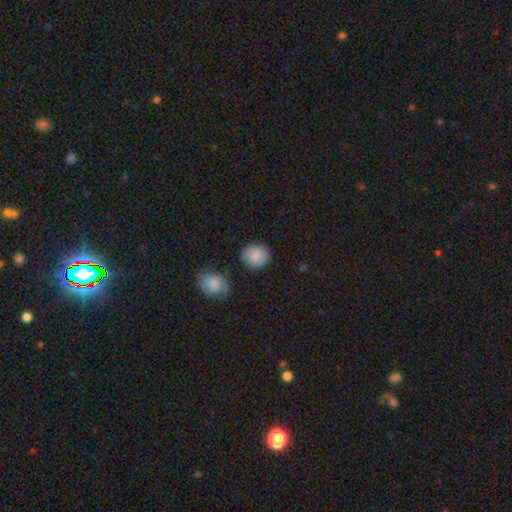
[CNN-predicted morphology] Smooth or featured: smooth — 87% (star or artifact — 7%)
How rounded: round — 85% (in between — 14%)
Merging: none — 84% (minor disturbance — 10%)